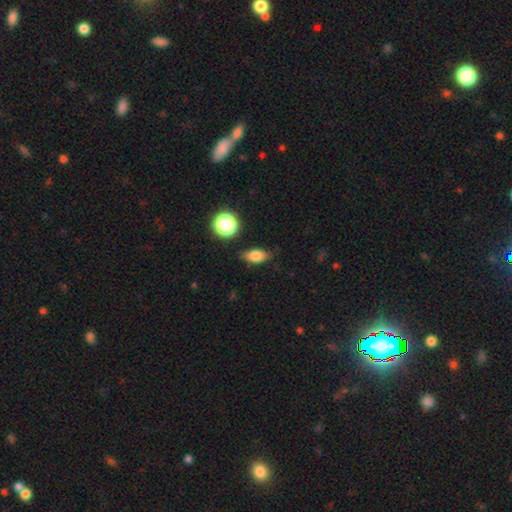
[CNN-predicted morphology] Smooth or featured: smooth — 75% (featured or disk — 14%)
How rounded: in between — 76% (round — 15%)
Merging: none — 77% (minor disturbance — 17%)